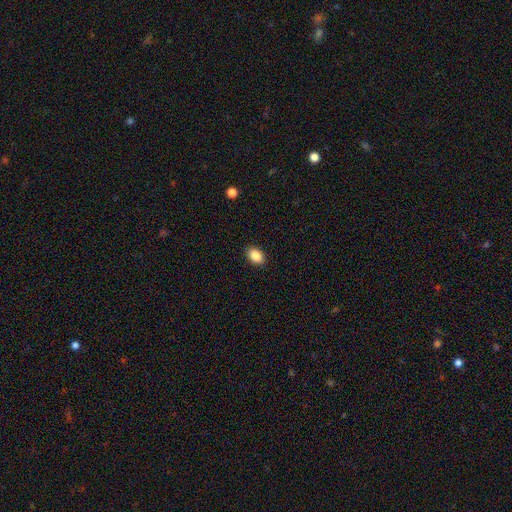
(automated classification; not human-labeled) Morphology: type=smooth (87%); roundness=in between (83%); merging=none (90%).